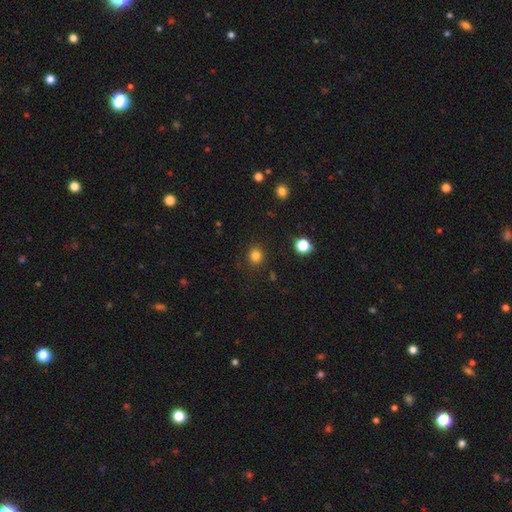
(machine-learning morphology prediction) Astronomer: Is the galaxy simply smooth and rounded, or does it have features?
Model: smooth — 82%.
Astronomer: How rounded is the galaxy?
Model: round — 87%.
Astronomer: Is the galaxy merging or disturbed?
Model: none — 89%.